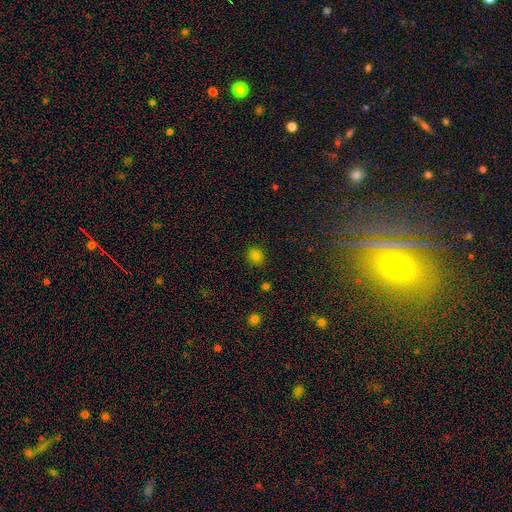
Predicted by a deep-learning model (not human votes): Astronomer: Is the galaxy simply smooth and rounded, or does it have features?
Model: smooth — 80%.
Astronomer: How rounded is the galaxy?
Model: round — 71%.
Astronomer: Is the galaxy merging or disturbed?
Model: none — 87%.